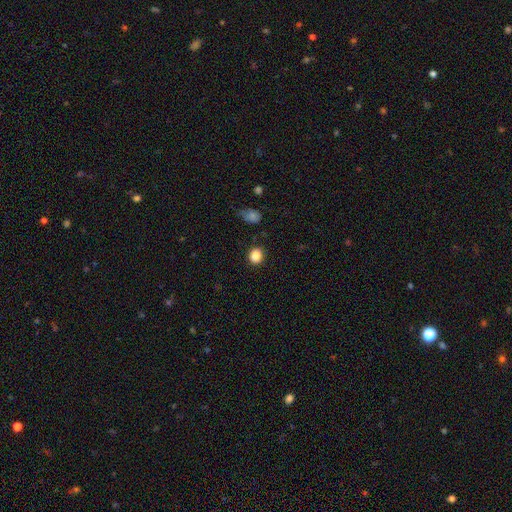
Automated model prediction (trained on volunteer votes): Smooth or featured: smooth — 87% (star or artifact — 10%)
How rounded: round — 74% (in between — 25%)
Merging: none — 86% (minor disturbance — 9%)